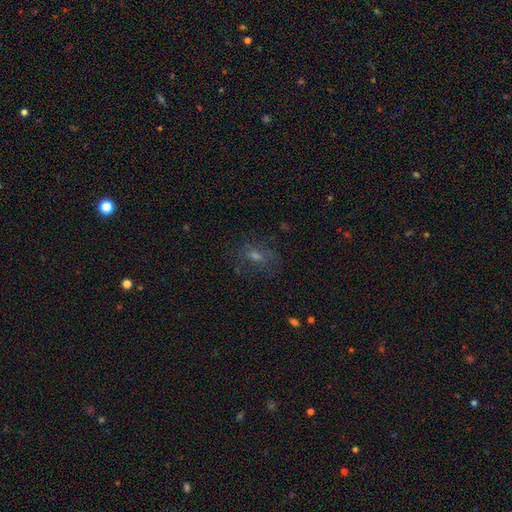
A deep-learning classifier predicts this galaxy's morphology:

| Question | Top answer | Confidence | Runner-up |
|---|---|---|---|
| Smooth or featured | smooth | 40% | featured or disk (33%) |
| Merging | none | 66% | minor disturbance (18%) |